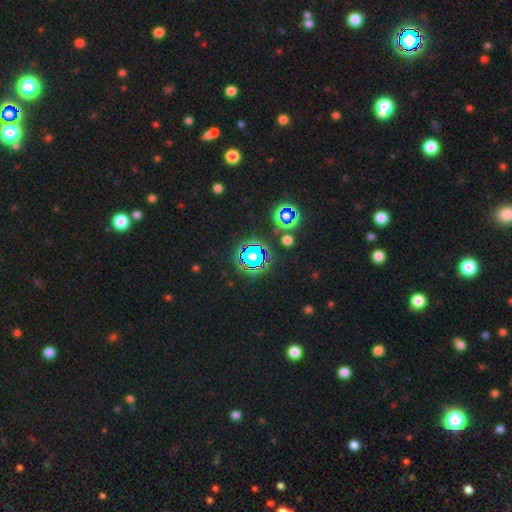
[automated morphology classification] A star or artifact, not a galaxy (78%).